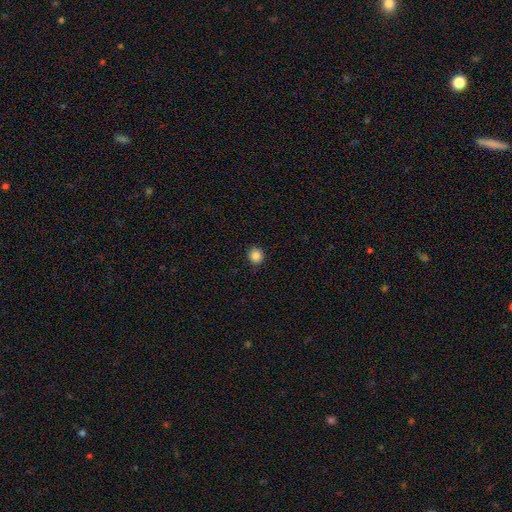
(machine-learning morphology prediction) This appears to be a smooth galaxy with no disk features (86%) that is round (93%). Merging: none (92%).